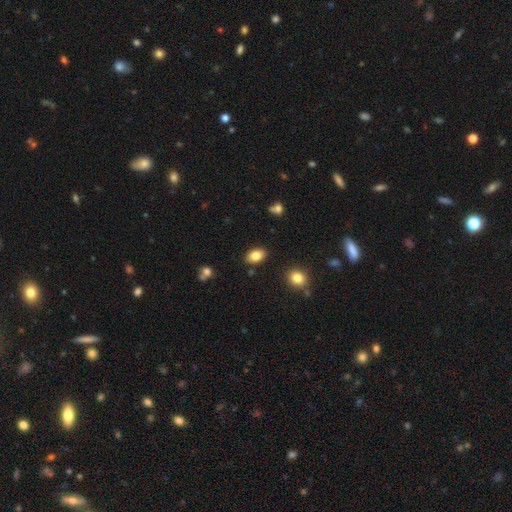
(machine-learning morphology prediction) smooth_or_featured: smooth (p=0.83) [alt: featured or disk p=0.09]
how_rounded: in between (p=0.88) [alt: round p=0.10]
merging: none (p=0.86) [alt: minor disturbance p=0.09]